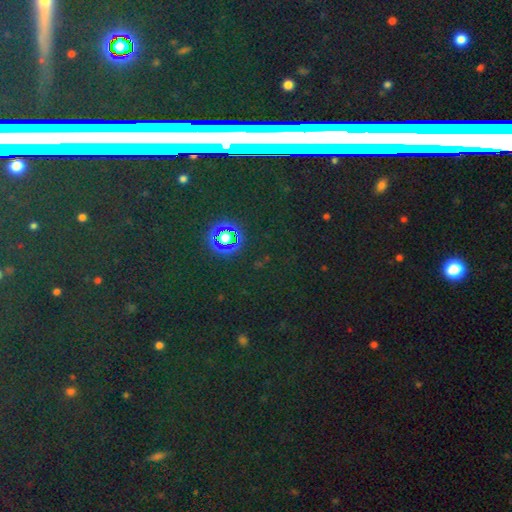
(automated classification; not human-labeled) This appears to be a star or artifact, not a galaxy (73%).